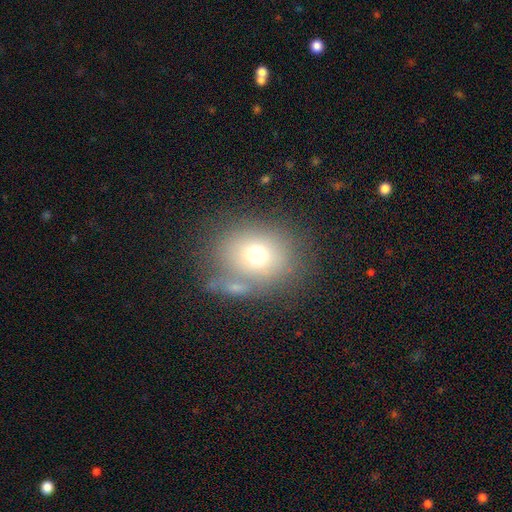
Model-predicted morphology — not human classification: A smooth galaxy with no disk features (70%) that is round (67%).

Vote fractions:
- Smooth or featured? smooth: 70% / featured or disk: 16% / star or artifact: 14%
- How rounded? round: 67% / in between: 32% / cigar-shaped: 1%
- Merging? none: 63% / minor disturbance: 16% / merger: 13% / major disturbance: 9%